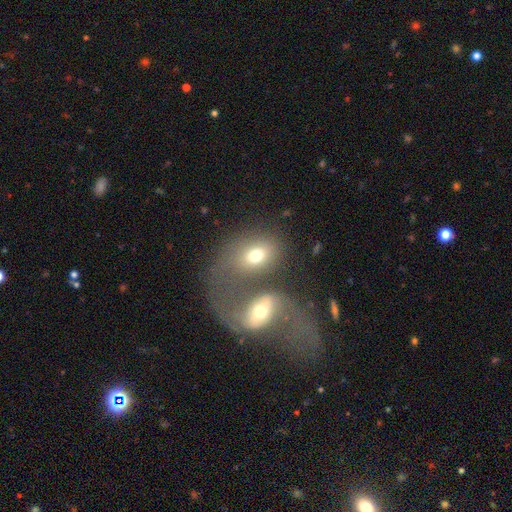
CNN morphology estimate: Smooth or featured? Predicted: smooth (p=0.66). How rounded? Predicted: in between (p=0.71). Merging? Predicted: merger (p=0.41).